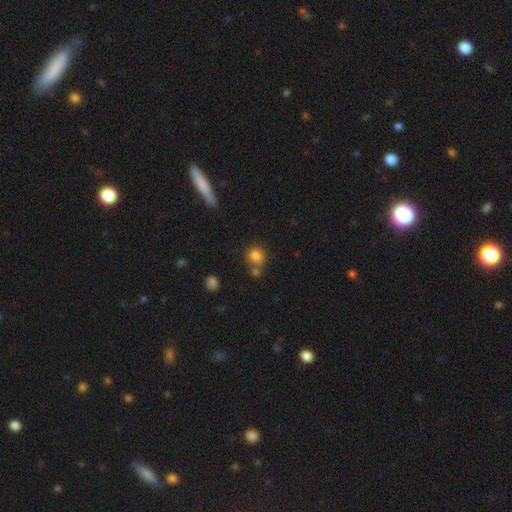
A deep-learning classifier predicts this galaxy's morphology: Smooth or featured: smooth — 82% (star or artifact — 11%)
How rounded: round — 86% (in between — 13%)
Merging: none — 63% (merger — 21%)